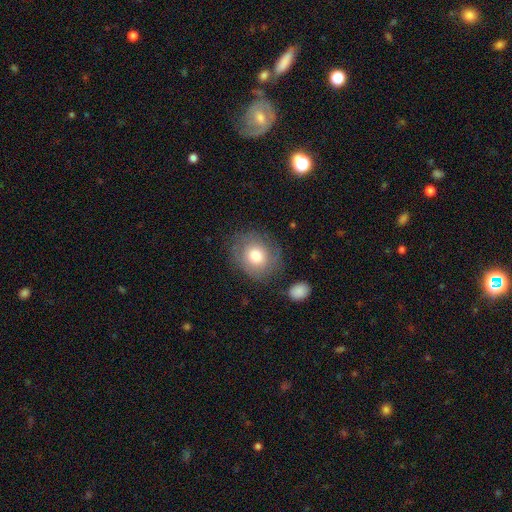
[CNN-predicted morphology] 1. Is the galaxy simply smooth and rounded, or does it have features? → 65% smooth, 27% featured or disk, 9% star or artifact.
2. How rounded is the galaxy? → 65% round, 34% in between, 1% cigar-shaped.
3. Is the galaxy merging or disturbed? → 73% none, 17% minor disturbance, 7% major disturbance, 3% merger.